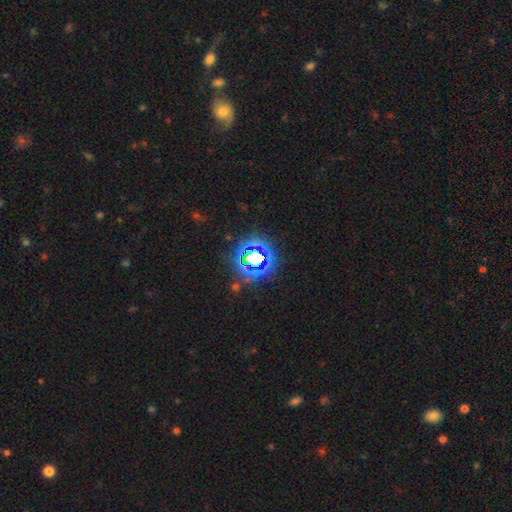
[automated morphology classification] Smooth or featured?
  - star or artifact: 74% *
  - smooth: 16%
  - featured or disk: 10%